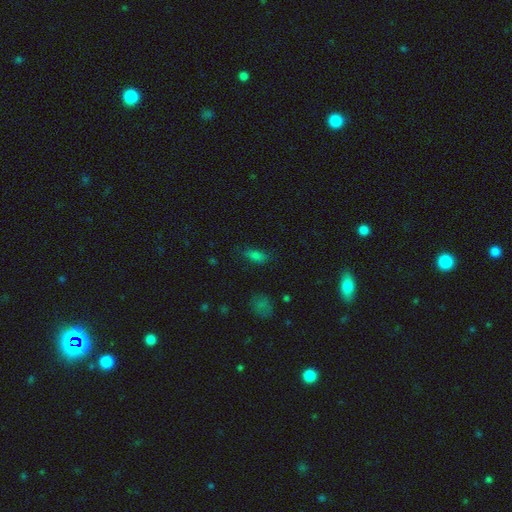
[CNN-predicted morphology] A smooth galaxy with no disk features (80%) that is in between round and cigar-shaped (84%).

Vote fractions:
- Smooth or featured? smooth: 80% / star or artifact: 14% / featured or disk: 6%
- How rounded? in between: 84% / cigar-shaped: 12% / round: 4%
- Merging? none: 73% / minor disturbance: 19% / major disturbance: 6% / merger: 2%